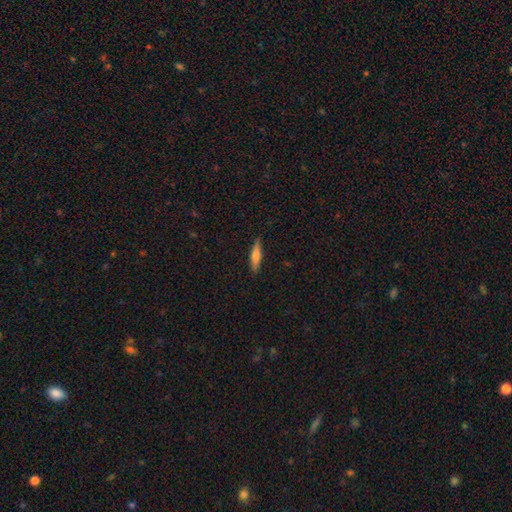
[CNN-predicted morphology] Smooth or featured? smooth (67%)
How rounded? cigar-shaped (77%)
Merging? none (87%)